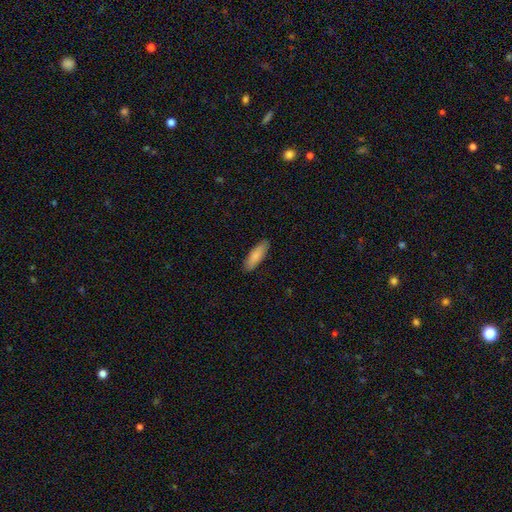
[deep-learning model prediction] Smooth or featured? Predicted: smooth (p=0.86). How rounded? Predicted: in between (p=0.52). Merging? Predicted: none (p=0.88).